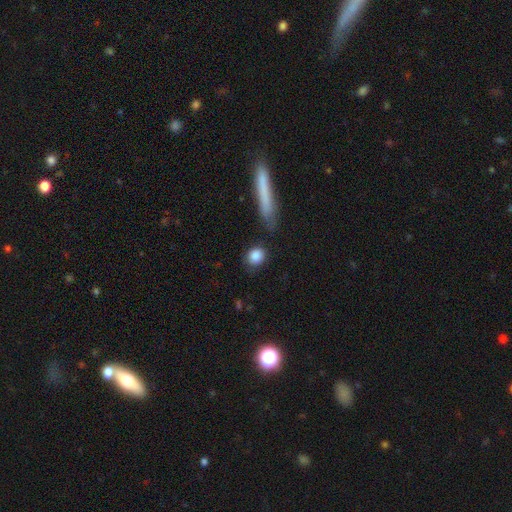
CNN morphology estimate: A smooth galaxy with no disk features (87%) that is round (69%).

Vote fractions:
- Smooth or featured? smooth: 87% / star or artifact: 7% / featured or disk: 6%
- How rounded? round: 69% / in between: 26% / cigar-shaped: 5%
- Merging? none: 77% / minor disturbance: 14% / major disturbance: 5% / merger: 5%